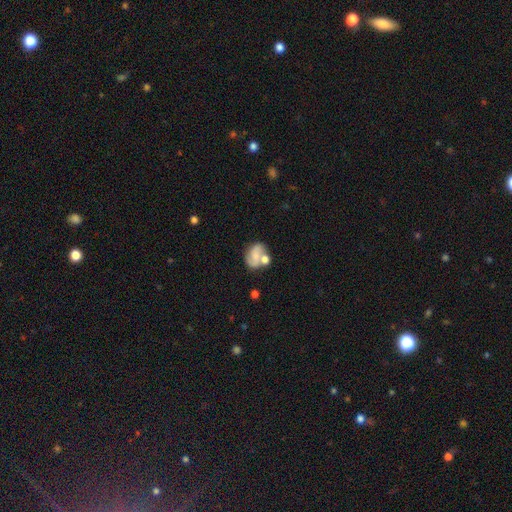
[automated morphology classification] smooth_or_featured: smooth (p=0.47) [alt: featured or disk p=0.44]
merging: none (p=0.42) [alt: merger p=0.32]